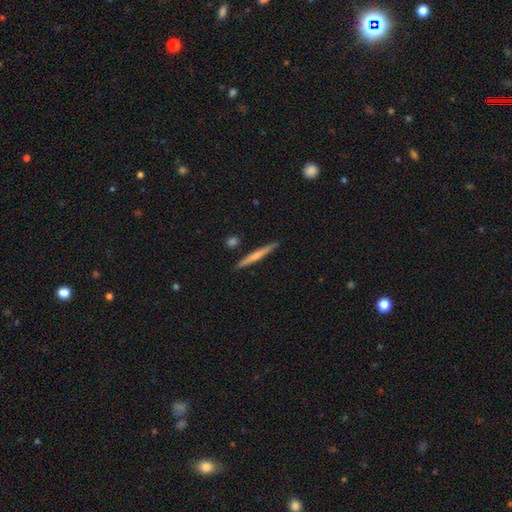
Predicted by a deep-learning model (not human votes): Smooth or featured?
  - smooth: 49% *
  - featured or disk: 46%
  - star or artifact: 5%
Merging?
  - none: 90% *
  - minor disturbance: 7%
  - merger: 2%
  - major disturbance: 1%